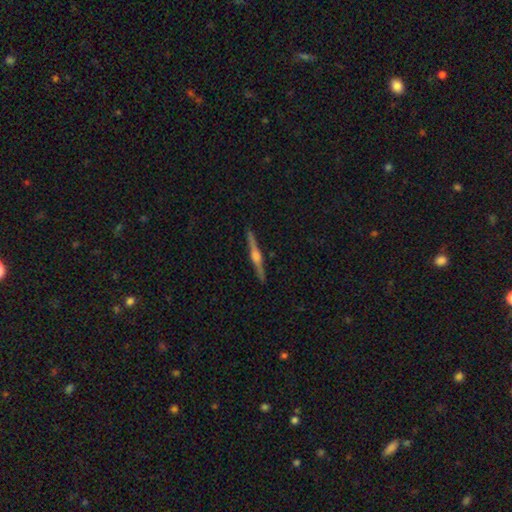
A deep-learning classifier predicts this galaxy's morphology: A featured or disk galaxy (80%) viewed edge-on (98%) with a rounded central bulge (82%).

Vote fractions:
- Smooth or featured? featured or disk: 80% / smooth: 14% / star or artifact: 6%
- Edge-on disk? yes: 98% / no: 2%
- Edge-on bulge? rounded: 82% / boxy: 13% / none: 5%
- Merging? none: 91% / minor disturbance: 6% / major disturbance: 1% / merger: 1%